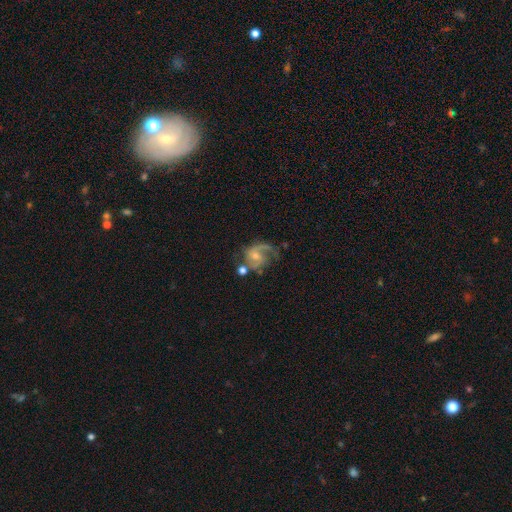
Volunteers were most divided on "bulge size": moderate: 45%, small: 42%, dominant: 6%, large: 3%, none: 3%. Remaining: spiral arms — yes (100%); edge-on disk — no (97%); spiral arm count — 2 (88%); smooth or featured — featured or disk (87%); spiral winding — medium (55%); bar — weak (45%); merging — none (41%).